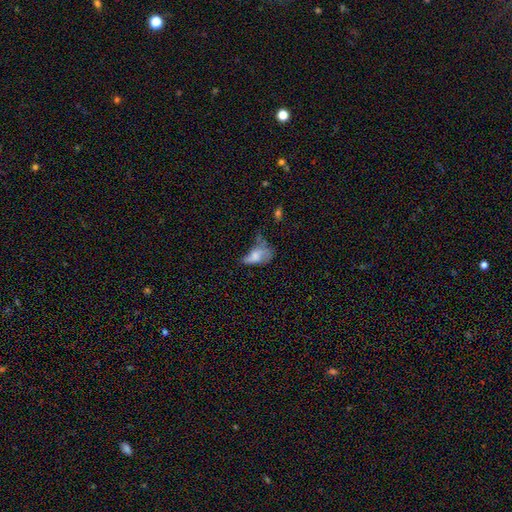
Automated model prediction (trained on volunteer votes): Smooth or featured? Predicted: smooth (p=0.58). How rounded? Predicted: in between (p=0.86). Merging? Predicted: major disturbance (p=0.43).